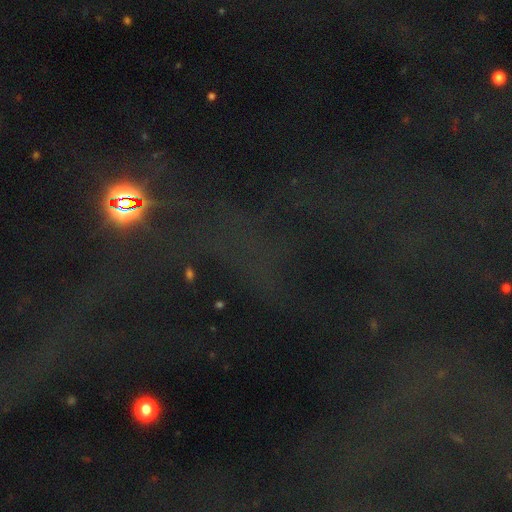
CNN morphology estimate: Smooth or featured? star or artifact (71%)